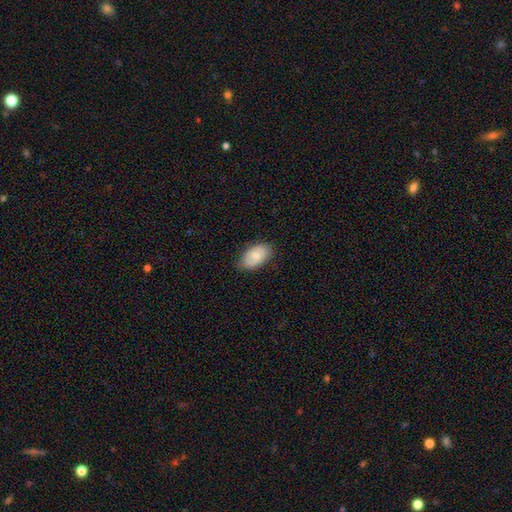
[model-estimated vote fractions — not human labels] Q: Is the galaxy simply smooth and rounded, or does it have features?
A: smooth — 82%.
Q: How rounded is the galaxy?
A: in between — 94%.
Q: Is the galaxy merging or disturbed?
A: none — 77%.